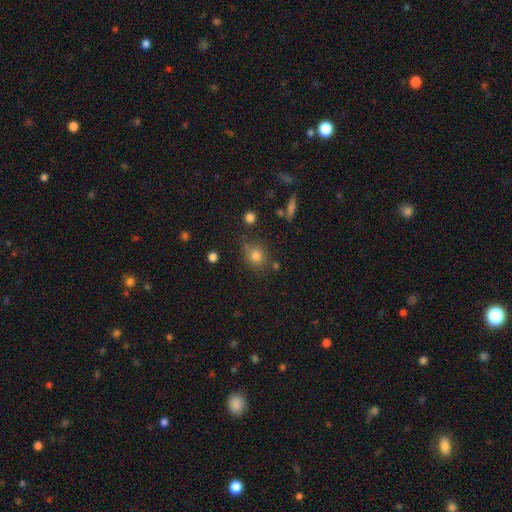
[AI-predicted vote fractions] Smooth or featured: smooth — 78% (star or artifact — 14%)
How rounded: round — 65% (in between — 34%)
Merging: none — 73% (minor disturbance — 17%)